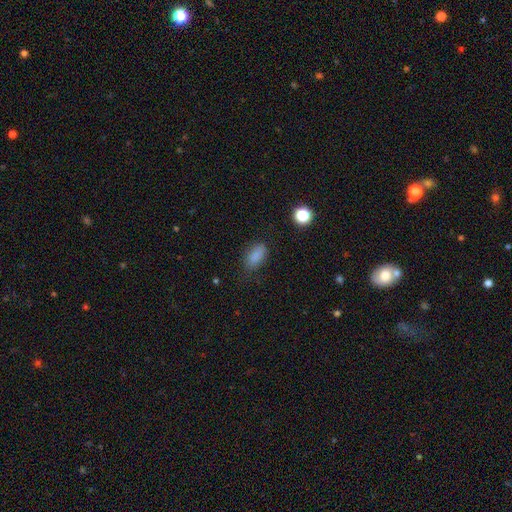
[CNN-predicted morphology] smooth 84%, star or artifact 11%, featured or disk 5%. Down the decision tree: how rounded — in between (90%); merging — none (71%).